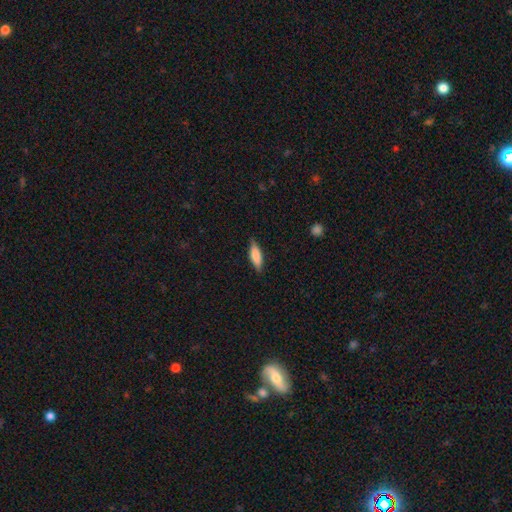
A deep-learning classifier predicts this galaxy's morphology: A smooth galaxy with no disk features (77%) that is in between round and cigar-shaped (51%).

Vote fractions:
- Smooth or featured? smooth: 77% / featured or disk: 16% / star or artifact: 6%
- How rounded? in between: 51% / cigar-shaped: 47% / round: 2%
- Merging? none: 84% / minor disturbance: 12% / major disturbance: 2% / merger: 1%